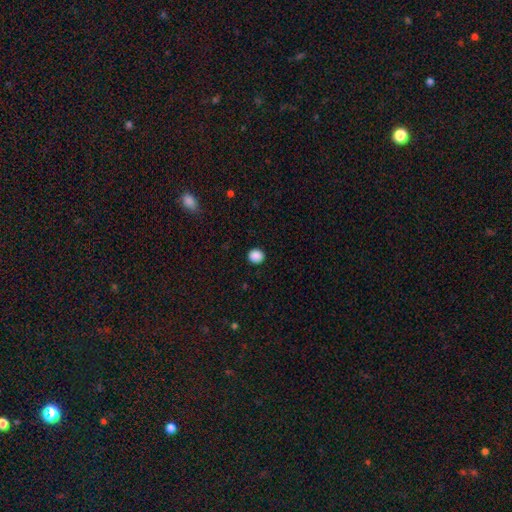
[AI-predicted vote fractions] Smooth or featured?
  - smooth: 89% *
  - star or artifact: 9%
  - featured or disk: 2%
How rounded?
  - round: 86% *
  - in between: 13%
  - cigar-shaped: 1%
Merging?
  - none: 92% *
  - minor disturbance: 5%
  - major disturbance: 2%
  - merger: 1%